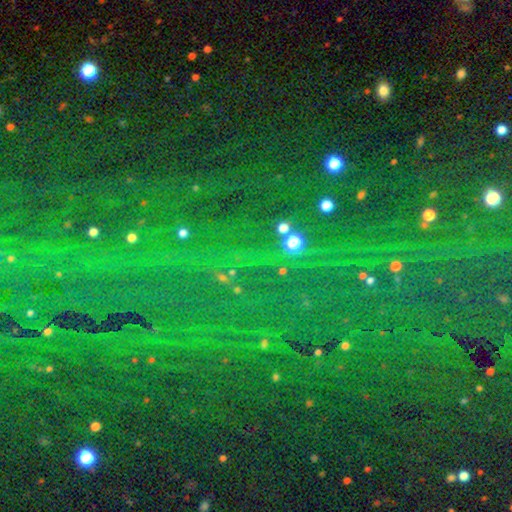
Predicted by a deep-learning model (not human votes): Morphology: type=star or artifact (83%).